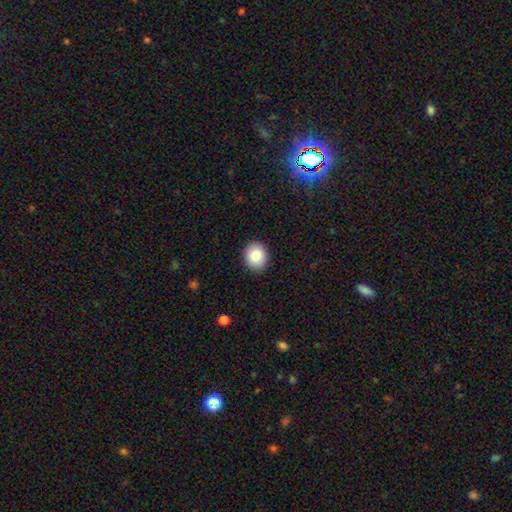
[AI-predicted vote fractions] smooth 86%, star or artifact 8%, featured or disk 6%. Down the decision tree: how rounded — round (62%); merging — none (91%).